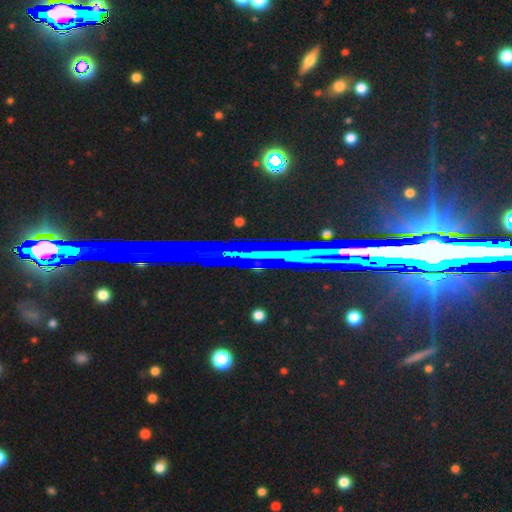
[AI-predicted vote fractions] Overall: star or artifact (75%).